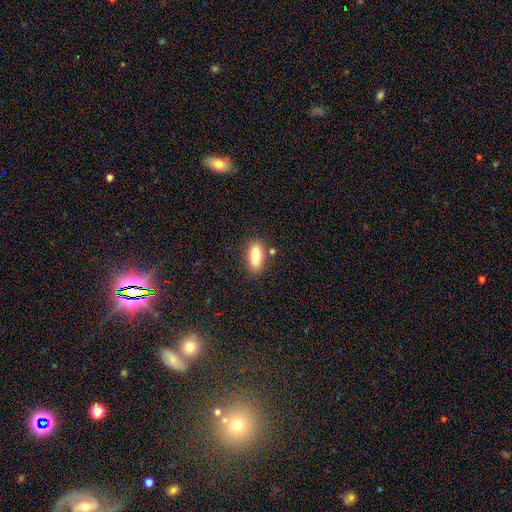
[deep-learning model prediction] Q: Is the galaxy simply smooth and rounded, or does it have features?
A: smooth — 83%.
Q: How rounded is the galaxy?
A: in between — 84%.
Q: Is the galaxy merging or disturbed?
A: none — 78%.